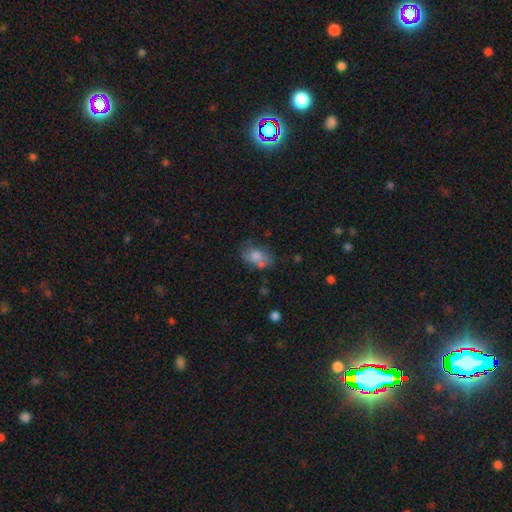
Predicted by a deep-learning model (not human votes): smooth 66%, featured or disk 25%, star or artifact 9%. Down the decision tree: how rounded — in between (82%); merging — none (43%).